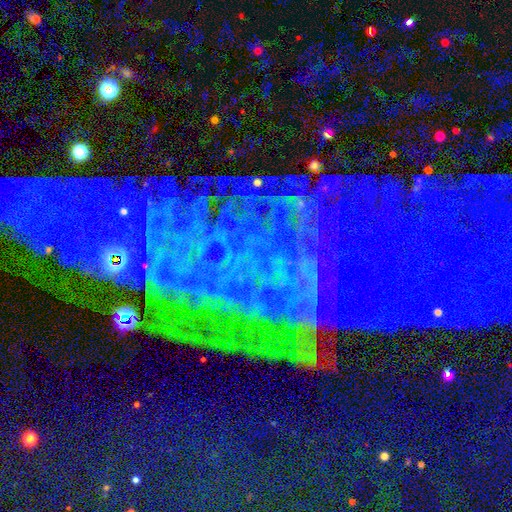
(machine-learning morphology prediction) The model was most divided on "smooth or featured": star or artifact: 76%, featured or disk: 14%, smooth: 10%.